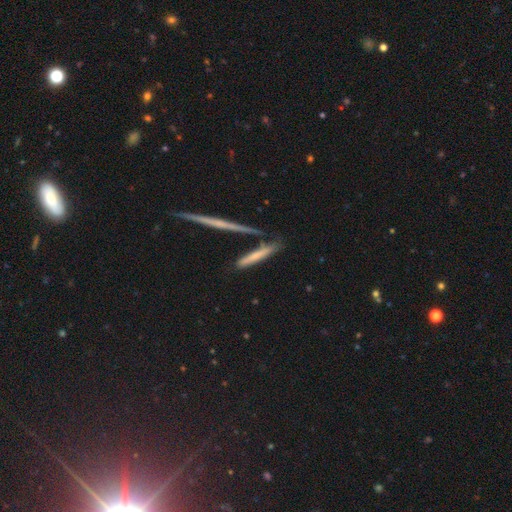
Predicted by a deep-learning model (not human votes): Smooth or featured? smooth (59%)
How rounded? cigar-shaped (88%)
Merging? none (67%)